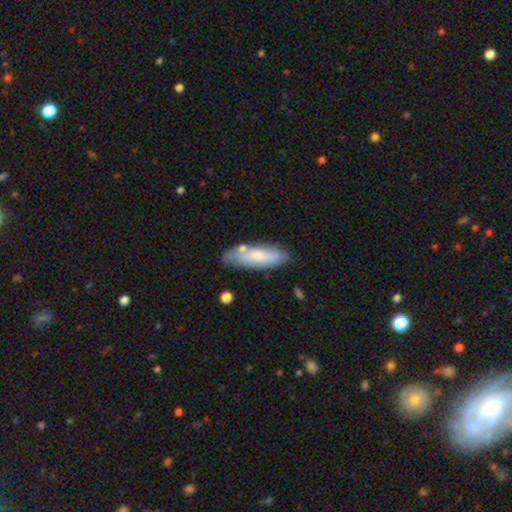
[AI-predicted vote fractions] A smooth galaxy with no disk features (66%) that is in between round and cigar-shaped (54%).

Vote fractions:
- Smooth or featured? smooth: 66% / featured or disk: 28% / star or artifact: 6%
- How rounded? in between: 54% / cigar-shaped: 44% / round: 2%
- Merging? none: 70% / minor disturbance: 20% / merger: 6% / major disturbance: 4%